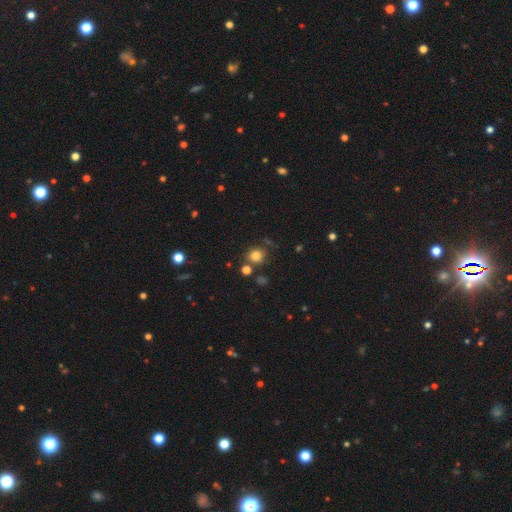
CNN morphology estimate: Smooth or featured? Predicted: smooth (p=0.79). How rounded? Predicted: round (p=0.87). Merging? Predicted: none (p=0.76).